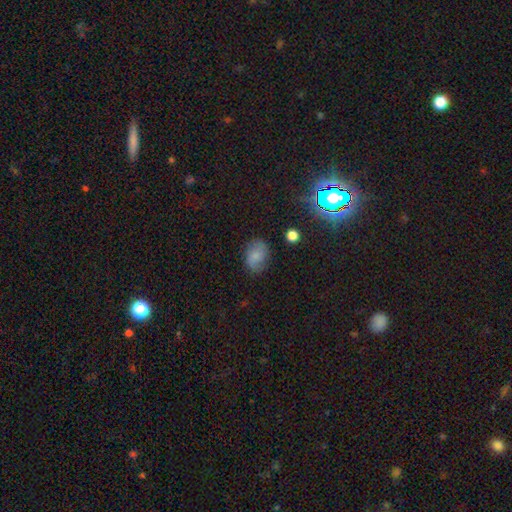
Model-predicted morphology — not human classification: Smooth or featured: smooth — 65% (featured or disk — 23%)
How rounded: in between — 70% (round — 29%)
Merging: none — 73% (minor disturbance — 20%)